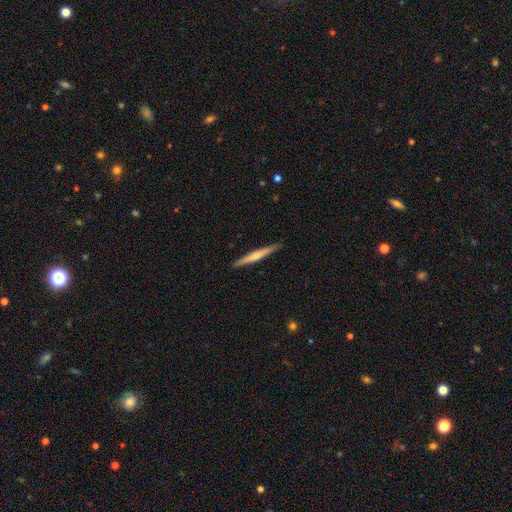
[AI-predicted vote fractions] This is possibly a featured or disk galaxy (53%). It is clearly viewed edge-on (98%). Edge-on bulge: possibly rounded (59%). Merging: clearly none (91%).